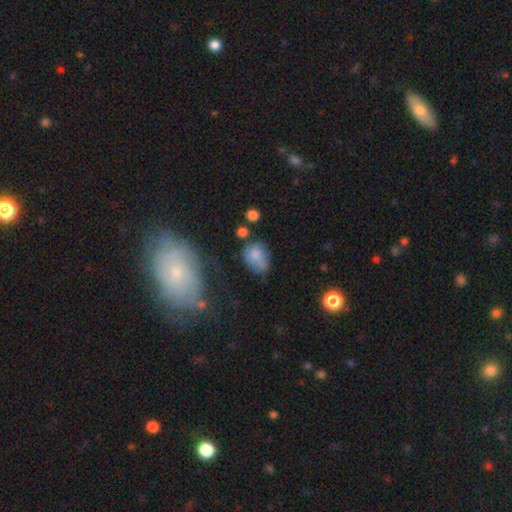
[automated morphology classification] smooth_or_featured: smooth (p=0.76) [alt: featured or disk p=0.15]
how_rounded: in between (p=0.68) [alt: round p=0.31]
merging: none (p=0.47) [alt: minor disturbance p=0.30]